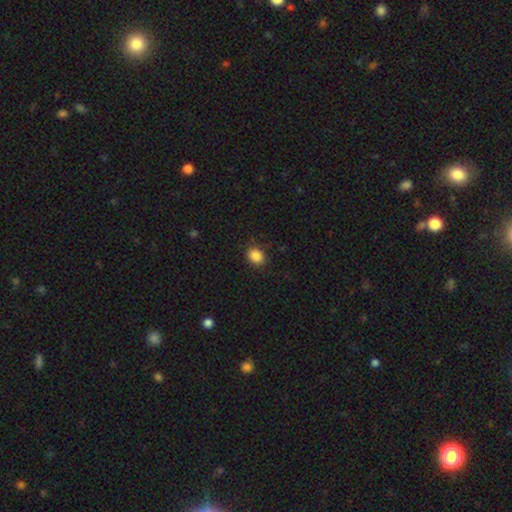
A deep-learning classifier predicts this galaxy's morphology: Smooth or featured?
  - smooth: 87% *
  - star or artifact: 10%
  - featured or disk: 3%
How rounded?
  - round: 55% *
  - in between: 44%
  - cigar-shaped: 1%
Merging?
  - none: 84% *
  - minor disturbance: 12%
  - major disturbance: 3%
  - merger: 1%